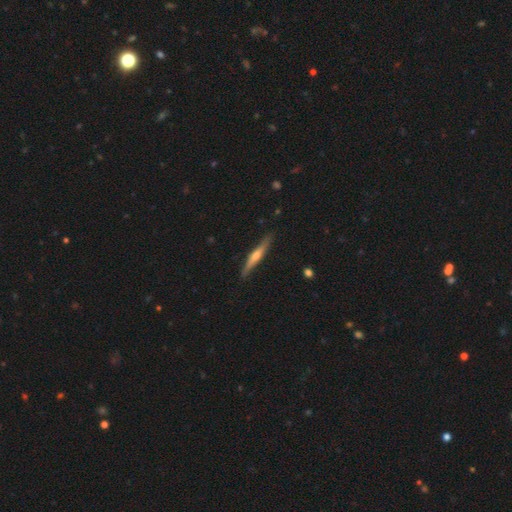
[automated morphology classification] Smooth or featured? featured or disk (64%)
Edge-on disk? yes (97%)
Edge-on bulge? rounded (79%)
Merging? none (87%)